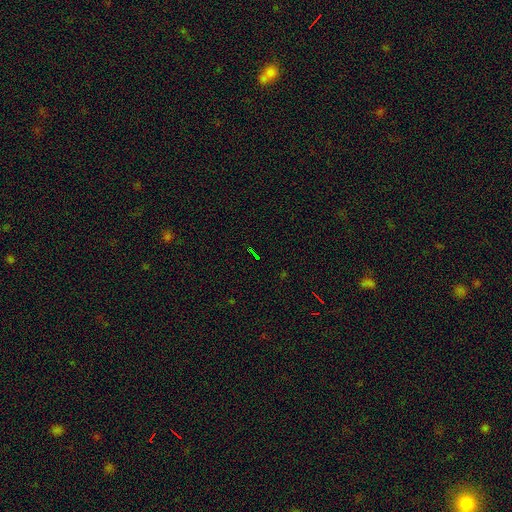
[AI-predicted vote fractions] A star or artifact, not a galaxy (75%).